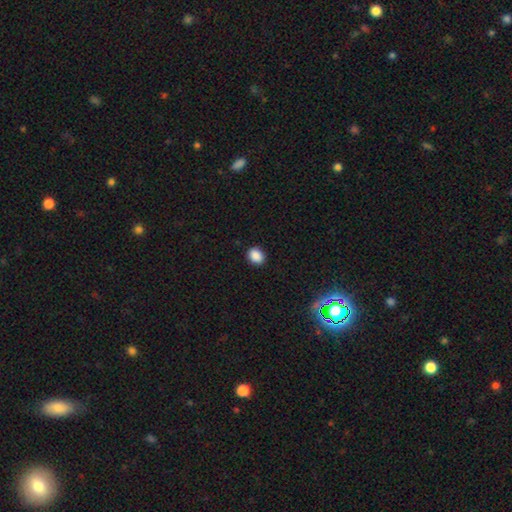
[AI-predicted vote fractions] A smooth galaxy with no disk features (88%) that is in between round and cigar-shaped (50%). Merging: none (90%).